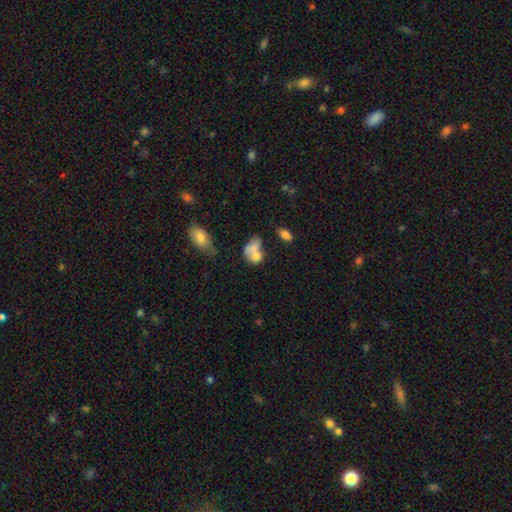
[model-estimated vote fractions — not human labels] This appears to be a smooth galaxy with no disk features (67%) that is in between round and cigar-shaped (65%). Merging: merger (53%).